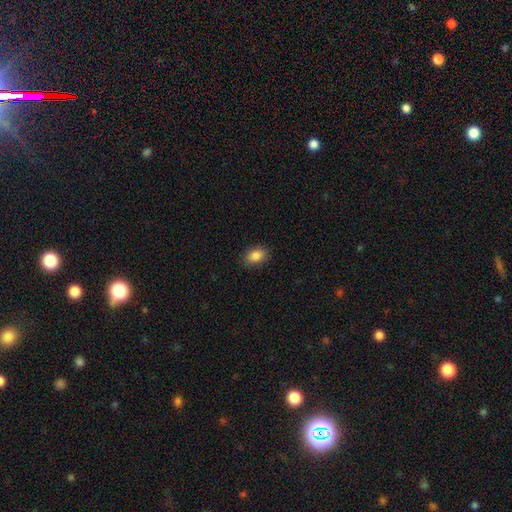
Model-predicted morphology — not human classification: The model was most divided on "how rounded": in between: 86%, round: 12%, cigar-shaped: 2%. More confident: smooth or featured — smooth (87%); merging — none (86%).